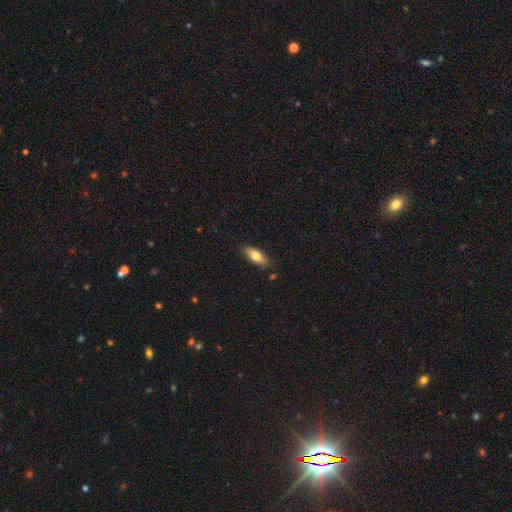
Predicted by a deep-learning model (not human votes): A smooth galaxy with no disk features (72%) that is in between round and cigar-shaped (69%).

Vote fractions:
- Smooth or featured? smooth: 72% / featured or disk: 21% / star or artifact: 6%
- How rounded? in between: 69% / cigar-shaped: 29% / round: 3%
- Merging? none: 82% / minor disturbance: 14% / major disturbance: 2% / merger: 2%